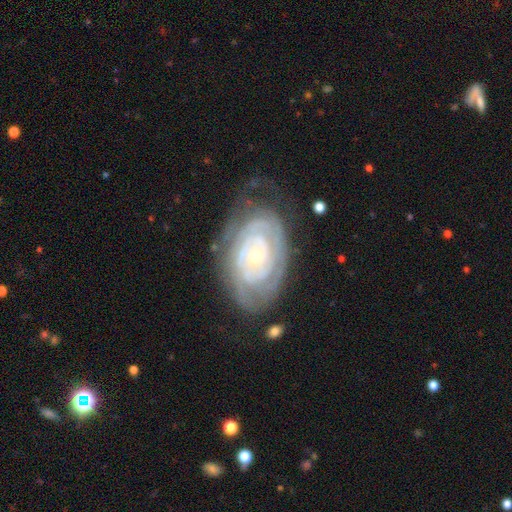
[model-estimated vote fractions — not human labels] Overall: featured or disk (84%). Edge-on disk: no (95%). Bar: no (81%). Spiral arms: yes (85%). Spiral arm count: can't tell (48%; 2 21%). Spiral winding: tight (82%). Bulge size: small (59%; moderate 38%). Merging: none (67%).